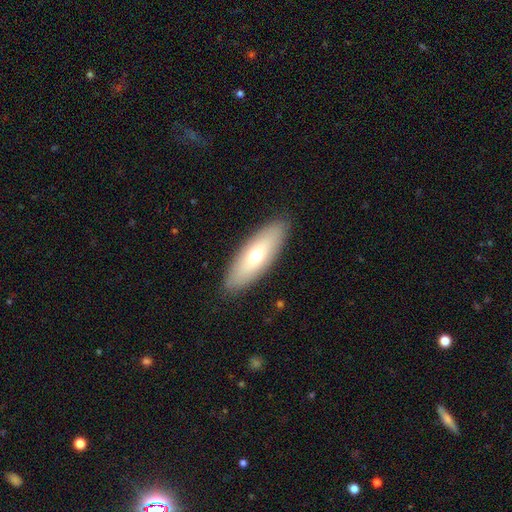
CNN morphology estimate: A smooth galaxy with no disk features (62%) that is in between round and cigar-shaped (63%). Merging: none (89%).